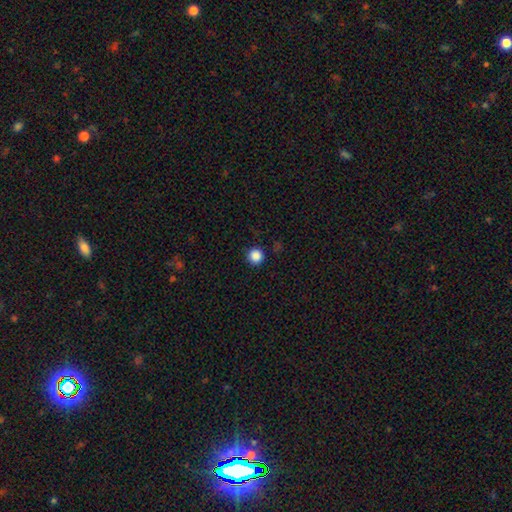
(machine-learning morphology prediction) This appears to be a smooth galaxy with no disk features (87%) that is round (96%). Merging: none (92%).